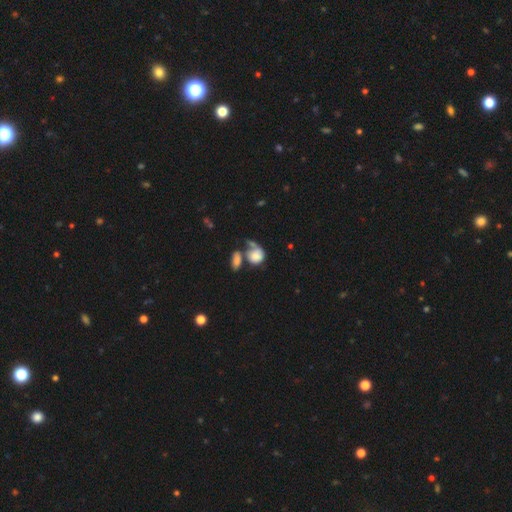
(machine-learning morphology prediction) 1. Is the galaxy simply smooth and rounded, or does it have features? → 75% smooth, 17% featured or disk, 8% star or artifact.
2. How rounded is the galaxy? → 61% round, 37% in between, 2% cigar-shaped.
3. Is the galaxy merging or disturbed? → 42% merger, 27% none, 16% minor disturbance, 15% major disturbance.